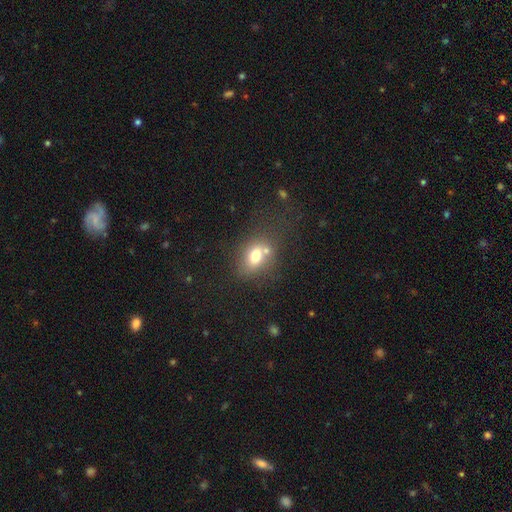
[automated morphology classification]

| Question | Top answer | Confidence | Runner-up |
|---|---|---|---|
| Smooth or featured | smooth | 69% | featured or disk (19%) |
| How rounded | in between | 65% | round (33%) |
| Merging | none | 47% | merger (30%) |